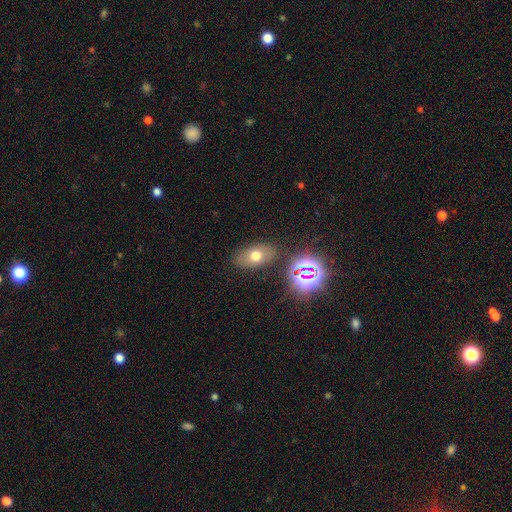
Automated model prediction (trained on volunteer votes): Smooth or featured?
  - smooth: 62% *
  - featured or disk: 20%
  - star or artifact: 19%
How rounded?
  - in between: 85% *
  - round: 13%
  - cigar-shaped: 2%
Merging?
  - none: 81% *
  - minor disturbance: 11%
  - major disturbance: 4%
  - merger: 4%